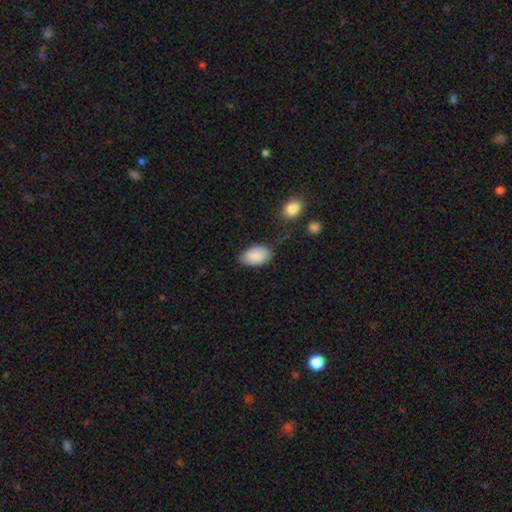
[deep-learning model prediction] smooth 86%, featured or disk 7%, star or artifact 7%. Down the decision tree: how rounded — in between (92%); merging — none (68%).